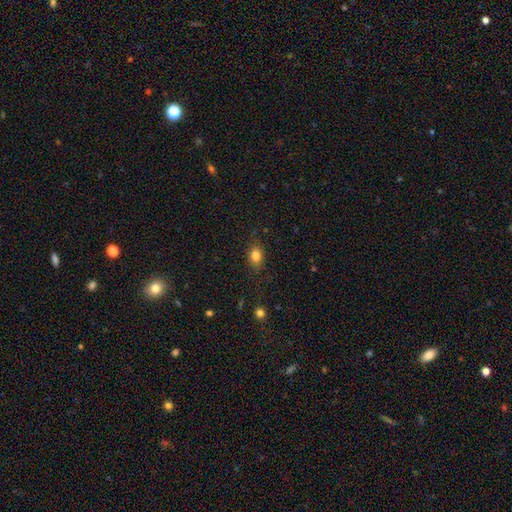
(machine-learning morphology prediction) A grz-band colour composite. It shows a smooth galaxy with no disk features (81%) that is in between round and cigar-shaped (68%). Merging: none (81%).